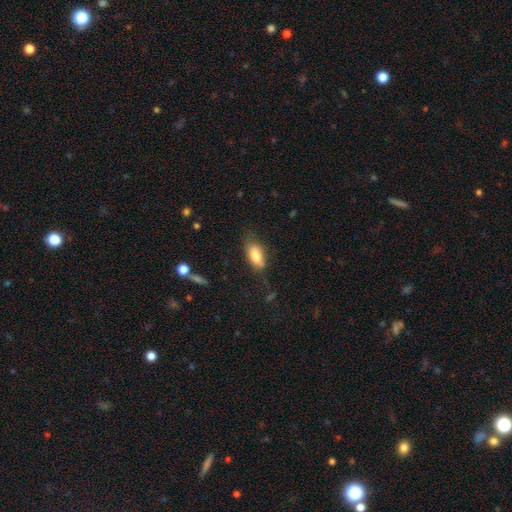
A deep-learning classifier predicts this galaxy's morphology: This appears to be a smooth galaxy with no disk features (79%) that is in between round and cigar-shaped (85%). Merging: none (68%).